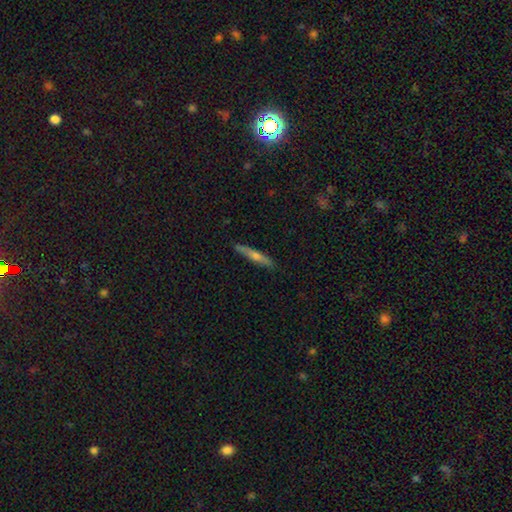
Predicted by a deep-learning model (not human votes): Overall: featured or disk (55%; smooth 38%). Edge-on disk: yes (95%). Edge-on bulge: rounded (79%). Merging: none (89%).